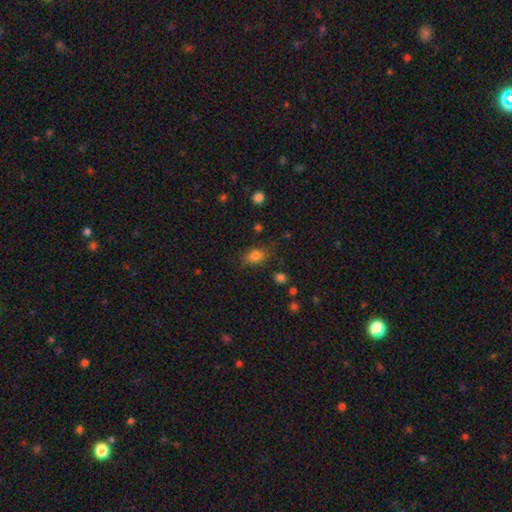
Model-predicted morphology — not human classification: Overall: smooth (82%). How rounded: in between (78%). Merging: none (76%).